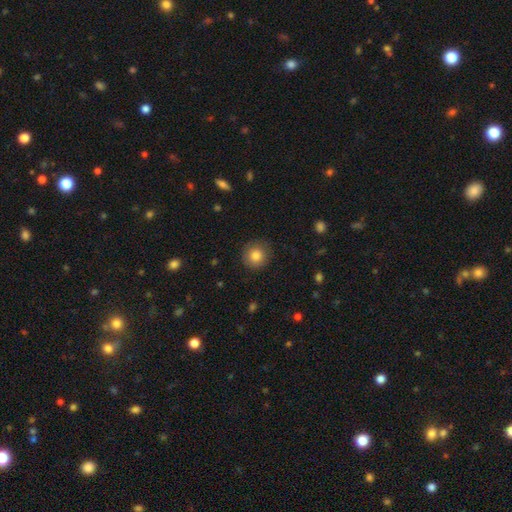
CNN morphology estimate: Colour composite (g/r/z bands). It shows a smooth galaxy with no disk features (84%) that is round (93%). Merging: none (87%).